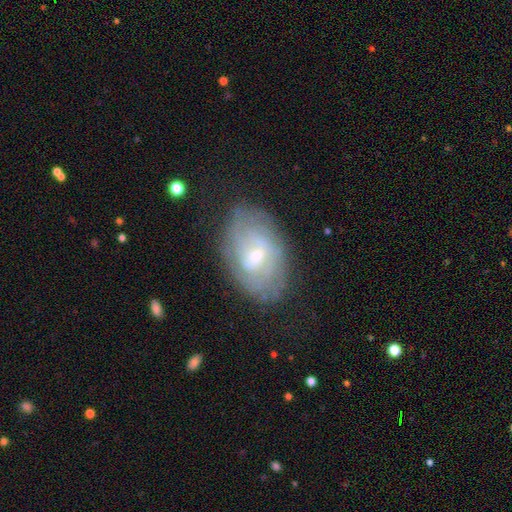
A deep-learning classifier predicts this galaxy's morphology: smooth_or_featured: featured or disk (p=0.70) [alt: smooth p=0.23]
disk_edge_on: no (p=0.95) [alt: yes p=0.05]
bar: weak (p=0.51) [alt: no p=0.39]
has_spiral_arms: yes (p=0.80) [alt: no p=0.20]
spiral_winding: tight (p=0.63) [alt: medium p=0.28]
spiral_arm_count: can't tell (p=0.56) [alt: 2 p=0.23]
bulge_size: moderate (p=0.53) [alt: small p=0.40]
merging: none (p=0.72) [alt: minor disturbance p=0.20]